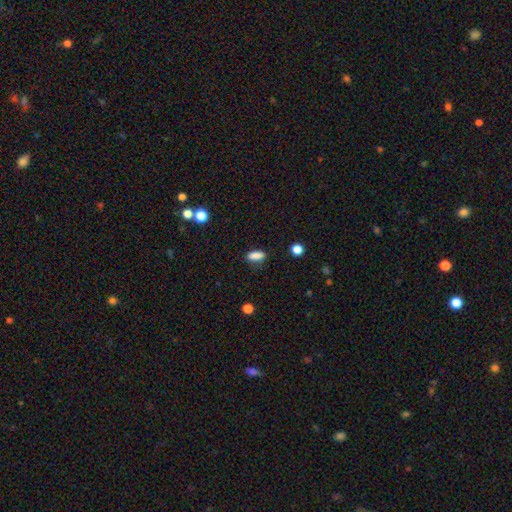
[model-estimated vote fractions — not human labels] This is clearly a smooth galaxy (85%). How rounded: likely in between (65%). Merging: clearly none (82%).